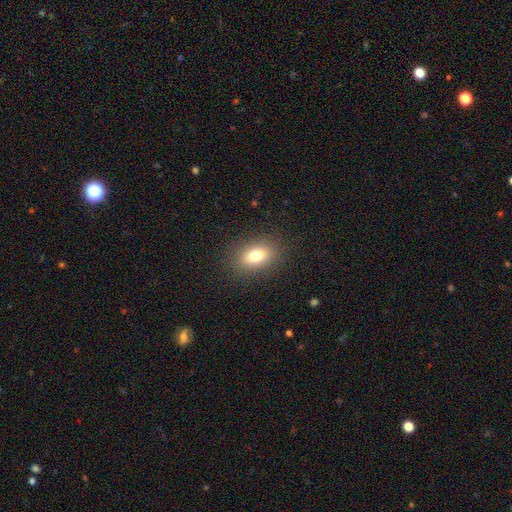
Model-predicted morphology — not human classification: Smooth or featured: smooth — 77% (star or artifact — 11%)
How rounded: in between — 77% (round — 20%)
Merging: none — 87% (minor disturbance — 9%)